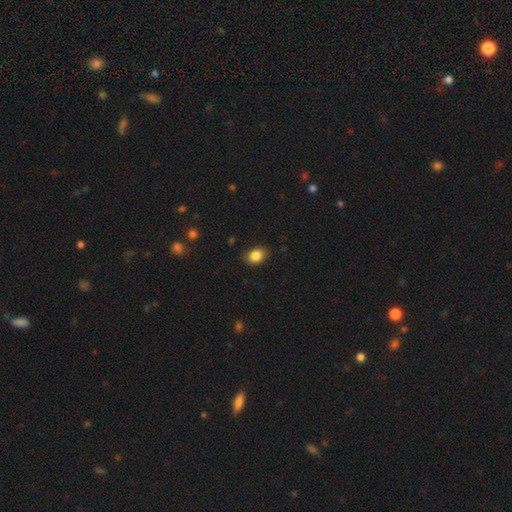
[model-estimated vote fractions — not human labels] Morphology: type=smooth (85%); roundness=in between (63%); merging=none (84%).